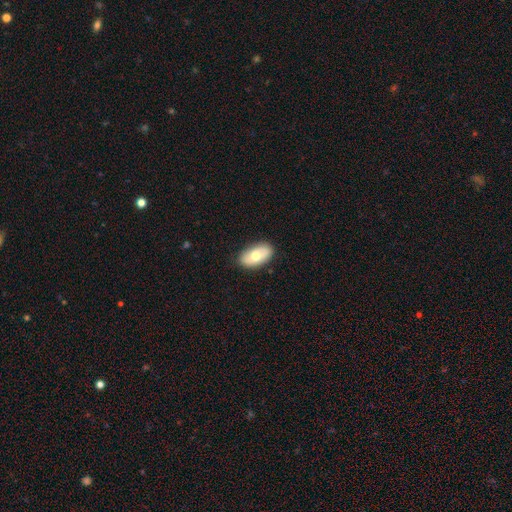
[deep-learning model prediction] The model was most divided on "smooth or featured": smooth: 66%, featured or disk: 28%, star or artifact: 6%. More confident: how rounded — in between (93%); merging — none (85%).